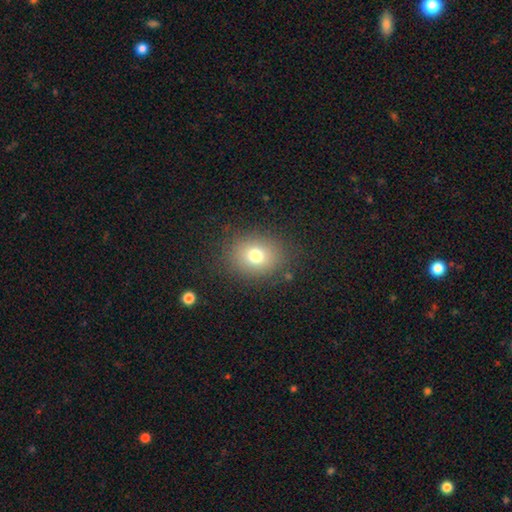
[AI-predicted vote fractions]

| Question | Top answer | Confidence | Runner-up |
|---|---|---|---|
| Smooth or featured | smooth | 75% | star or artifact (14%) |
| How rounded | round | 59% | in between (40%) |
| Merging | none | 84% | minor disturbance (10%) |